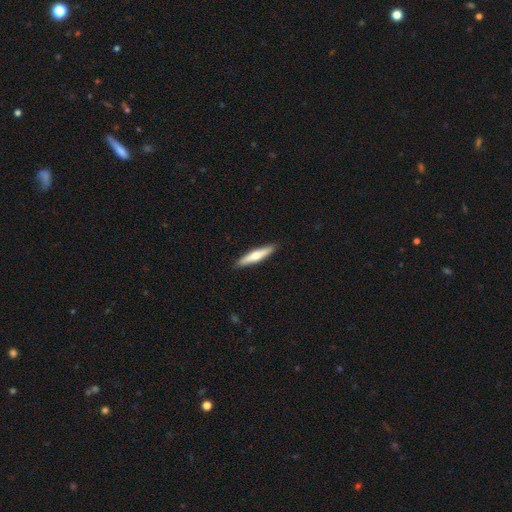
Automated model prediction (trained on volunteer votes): smooth 53%, featured or disk 42%, star or artifact 5%. Down the decision tree: how rounded — cigar-shaped (85%); merging — none (90%).